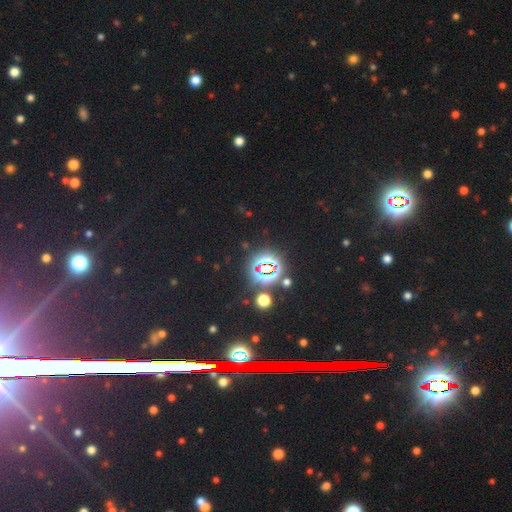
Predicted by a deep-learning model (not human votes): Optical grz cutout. It shows a star or artifact, not a galaxy (79%).